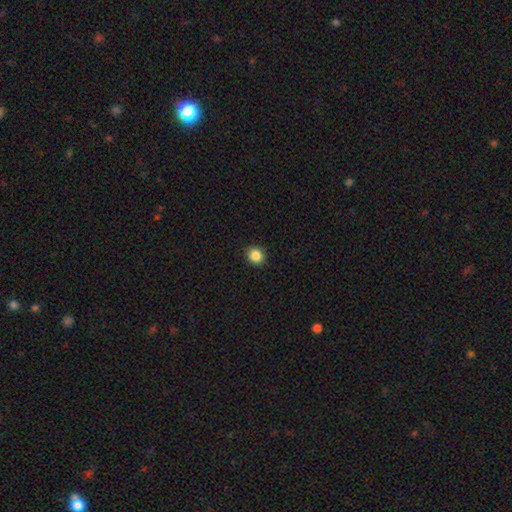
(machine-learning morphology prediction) This appears to be a smooth galaxy with no disk features (87%) that is round (79%). Merging: none (91%).